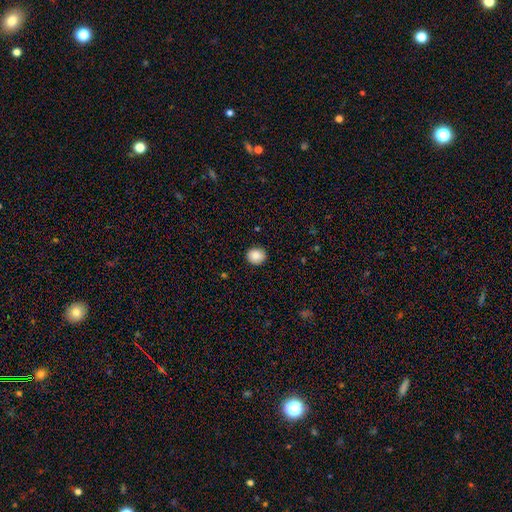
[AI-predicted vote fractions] Smooth or featured: smooth — 86% (star or artifact — 8%)
How rounded: round — 80% (in between — 19%)
Merging: none — 91% (minor disturbance — 6%)